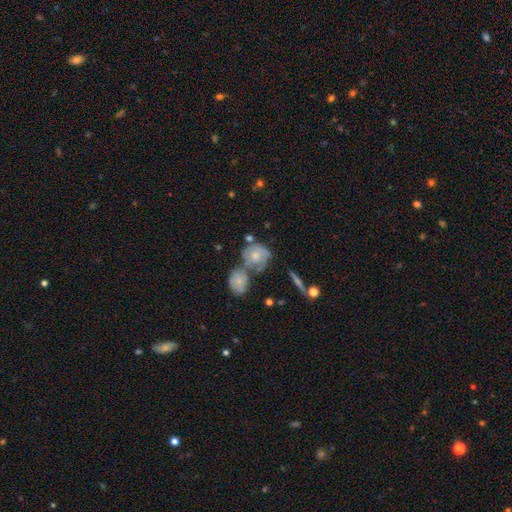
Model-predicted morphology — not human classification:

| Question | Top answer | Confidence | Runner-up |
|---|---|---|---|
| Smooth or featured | featured or disk | 51% | smooth (41%) |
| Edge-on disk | no | 95% | yes (5%) |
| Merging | merger | 42% | none (32%) |